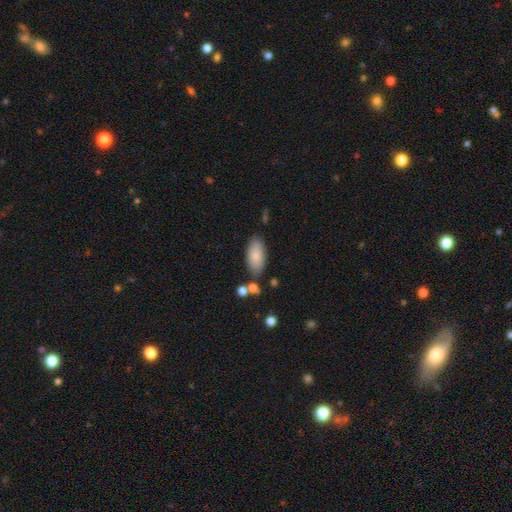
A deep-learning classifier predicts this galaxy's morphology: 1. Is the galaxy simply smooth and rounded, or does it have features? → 83% smooth, 10% featured or disk, 7% star or artifact.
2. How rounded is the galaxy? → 89% in between, 8% cigar-shaped, 2% round.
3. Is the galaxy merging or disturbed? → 81% none, 12% minor disturbance, 4% merger, 3% major disturbance.